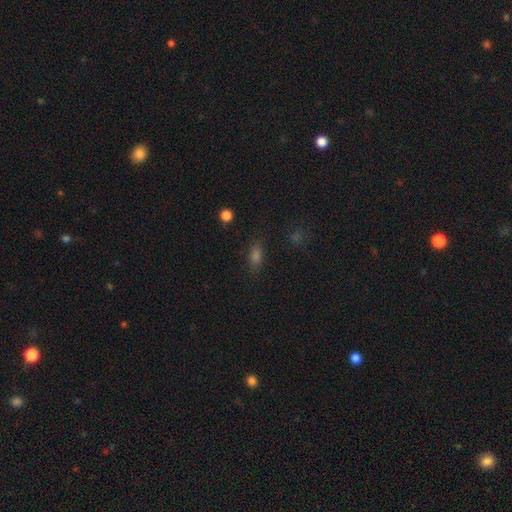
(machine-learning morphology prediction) Q: Smooth or featured?
A: smooth (70%); runner-up: star or artifact (21%)
Q: How rounded?
A: in between (76%); runner-up: cigar-shaped (15%)
Q: Merging?
A: none (82%); runner-up: minor disturbance (12%)